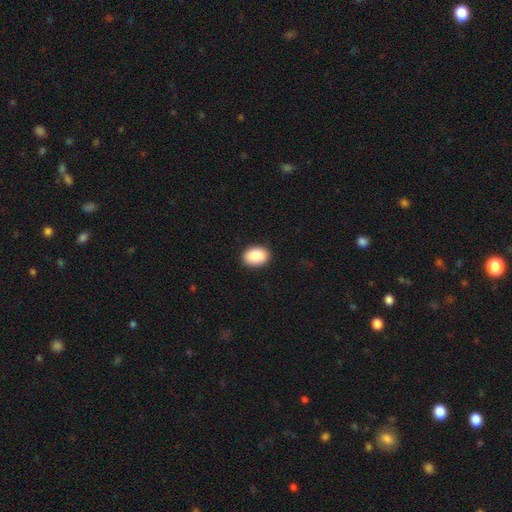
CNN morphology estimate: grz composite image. It shows a smooth galaxy with no disk features (90%) that is in between round and cigar-shaped (79%). Merging: none (90%).